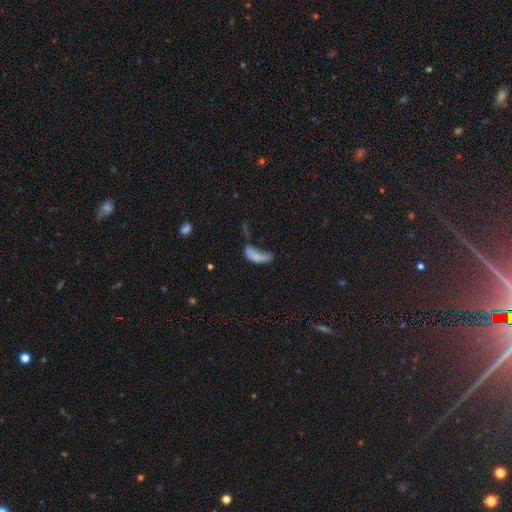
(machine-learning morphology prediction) The model was most divided on "merging": major disturbance: 39%, merger: 24%, none: 20%, minor disturbance: 18%. More confident: how rounded — in between (75%); smooth or featured — smooth (62%).